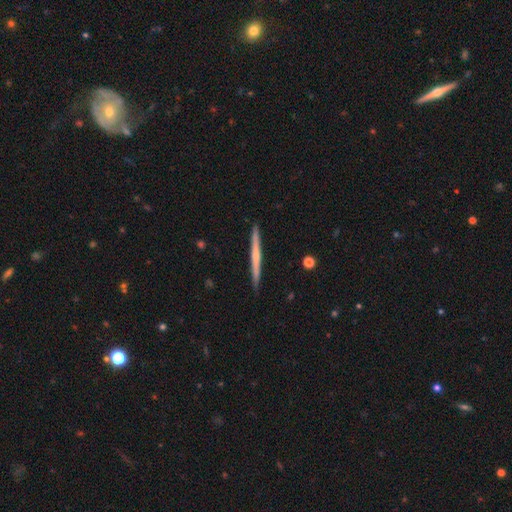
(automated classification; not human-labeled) Q: Smooth or featured?
A: featured or disk (59%); runner-up: smooth (36%)
Q: Edge-on disk?
A: yes (98%); runner-up: no (2%)
Q: Edge-on bulge?
A: none (48%); runner-up: rounded (47%)
Q: Merging?
A: none (91%); runner-up: minor disturbance (7%)